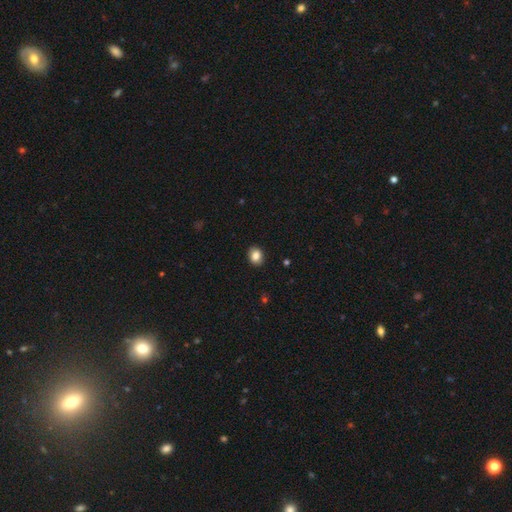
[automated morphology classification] Q: Smooth or featured?
A: smooth (85%); runner-up: star or artifact (9%)
Q: How rounded?
A: round (52%); runner-up: in between (47%)
Q: Merging?
A: none (89%); runner-up: minor disturbance (8%)